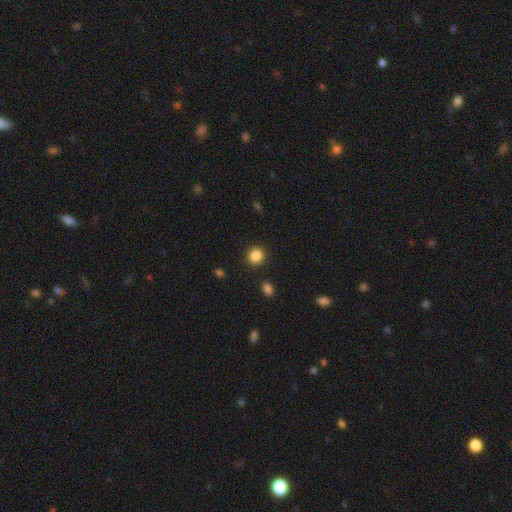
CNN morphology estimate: Smooth or featured? Predicted: smooth (p=0.87). How rounded? Predicted: round (p=0.79). Merging? Predicted: none (p=0.88).